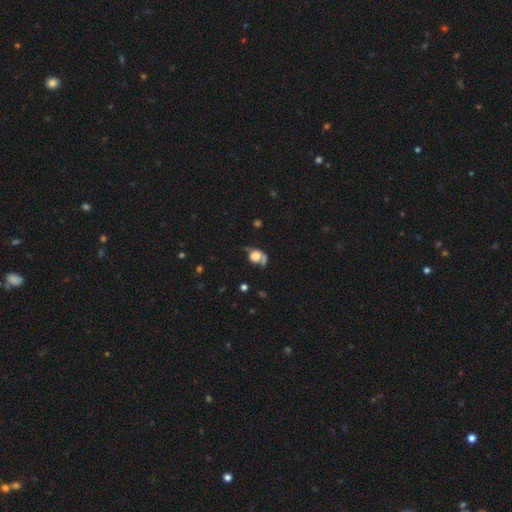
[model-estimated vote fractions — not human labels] This appears to be a smooth galaxy with no disk features (66%) that is round (63%). Merging: none (37%).